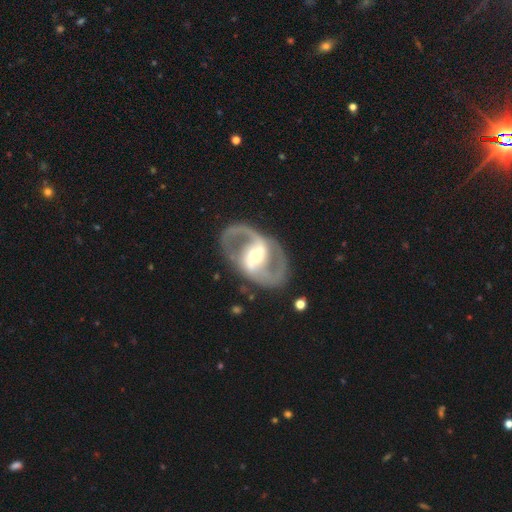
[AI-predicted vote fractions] Q: Smooth or featured?
A: featured or disk (89%); runner-up: smooth (7%)
Q: Edge-on disk?
A: no (96%); runner-up: yes (4%)
Q: Bar?
A: strong (54%); runner-up: weak (32%)
Q: Spiral arms?
A: yes (92%); runner-up: no (8%)
Q: Spiral winding?
A: medium (55%); runner-up: loose (28%)
Q: Spiral arm count?
A: 2 (92%); runner-up: can't tell (3%)
Q: Bulge size?
A: moderate (52%); runner-up: small (35%)
Q: Merging?
A: none (82%); runner-up: minor disturbance (10%)